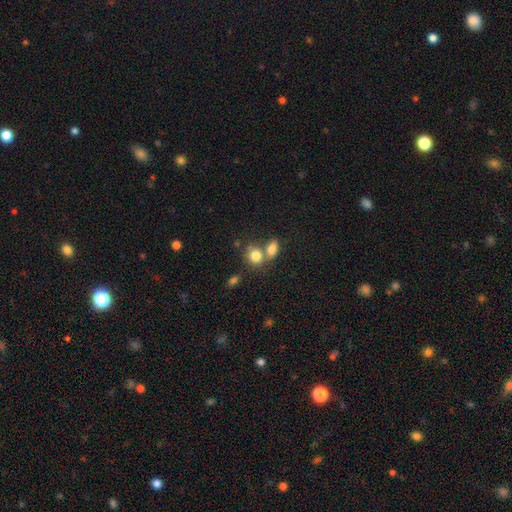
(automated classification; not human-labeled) A smooth galaxy with no disk features (80%) that is round (55%).

Vote fractions:
- Smooth or featured? smooth: 80% / featured or disk: 10% / star or artifact: 10%
- How rounded? round: 55% / in between: 43% / cigar-shaped: 1%
- Merging? merger: 48% / none: 39% / minor disturbance: 9% / major disturbance: 4%